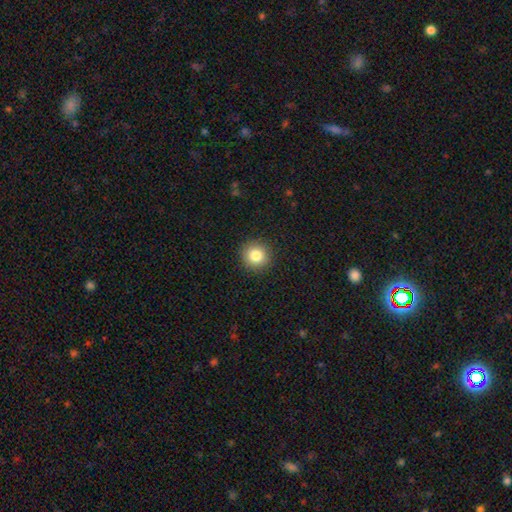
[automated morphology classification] The model was most divided on "smooth or featured": smooth: 83%, star or artifact: 10%, featured or disk: 7%. More confident: how rounded — round (94%); merging — none (92%).